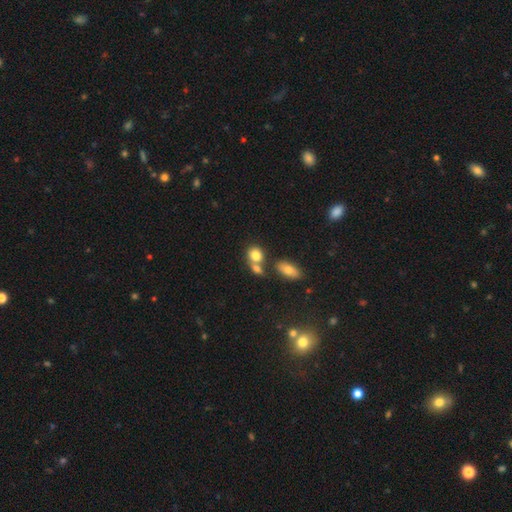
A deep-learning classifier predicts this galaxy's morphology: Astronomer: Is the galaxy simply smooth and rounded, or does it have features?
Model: smooth — 79%.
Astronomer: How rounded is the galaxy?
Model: round — 51% (runner-up: in between, 47%).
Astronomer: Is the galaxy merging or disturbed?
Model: merger — 45% (runner-up: none, 41%).